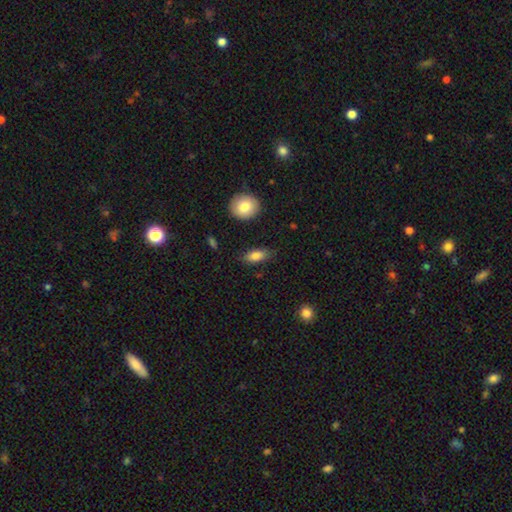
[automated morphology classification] A smooth galaxy with no disk features (84%) that is in between round and cigar-shaped (83%).

Vote fractions:
- Smooth or featured? smooth: 84% / featured or disk: 9% / star or artifact: 7%
- How rounded? in between: 83% / cigar-shaped: 13% / round: 4%
- Merging? none: 78% / minor disturbance: 17% / major disturbance: 4% / merger: 2%